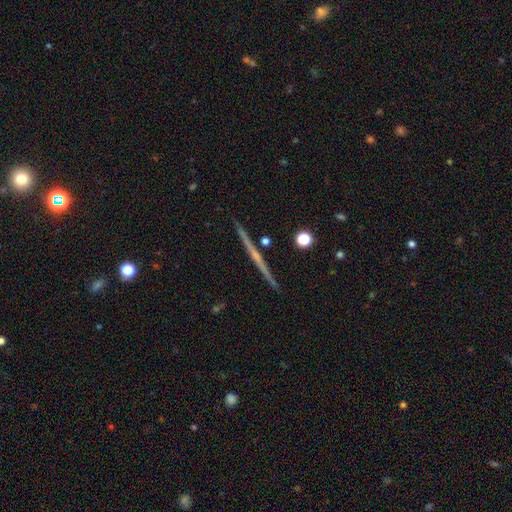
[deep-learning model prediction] The model was most divided on "edge-on bulge": none: 59%, rounded: 36%, boxy: 6%. More confident: edge-on disk — yes (98%); merging — none (92%); smooth or featured — featured or disk (74%).